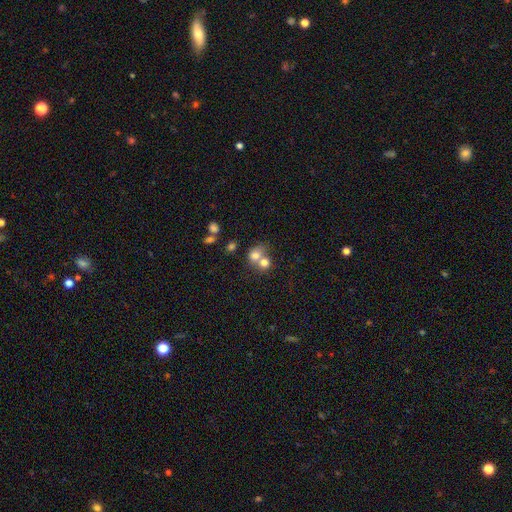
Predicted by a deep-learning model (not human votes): A smooth galaxy with no disk features (73%) that is round (68%). Merging: merger (63%).